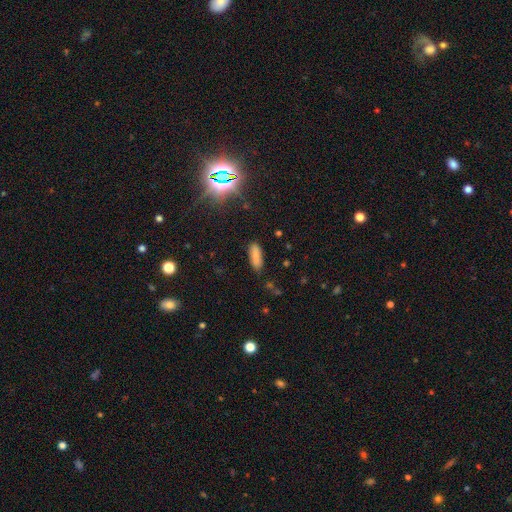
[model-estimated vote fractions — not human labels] A smooth galaxy with no disk features (83%) that is in between round and cigar-shaped (57%).

Vote fractions:
- Smooth or featured? smooth: 83% / star or artifact: 10% / featured or disk: 6%
- How rounded? in between: 57% / cigar-shaped: 41% / round: 2%
- Merging? none: 83% / minor disturbance: 12% / major disturbance: 3% / merger: 2%